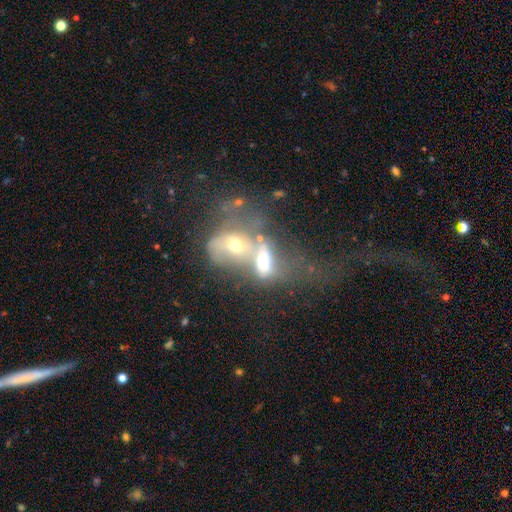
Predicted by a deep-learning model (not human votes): featured or disk 57%, smooth 31%, star or artifact 12%. Down the decision tree: edge-on disk — no (92%); bar — no (73%); spiral arms — no (62%); bulge size — moderate (60%); merging — merger (80%).